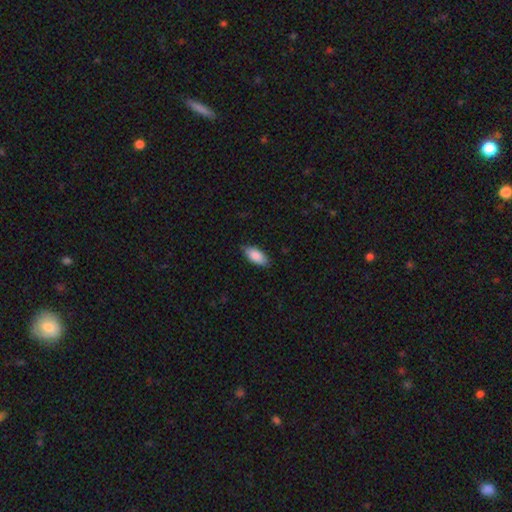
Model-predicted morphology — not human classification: A smooth galaxy with no disk features (86%) that is in between round and cigar-shaped (88%).

Vote fractions:
- Smooth or featured? smooth: 86% / featured or disk: 8% / star or artifact: 6%
- How rounded? in between: 88% / cigar-shaped: 10% / round: 2%
- Merging? none: 82% / minor disturbance: 14% / major disturbance: 2% / merger: 1%